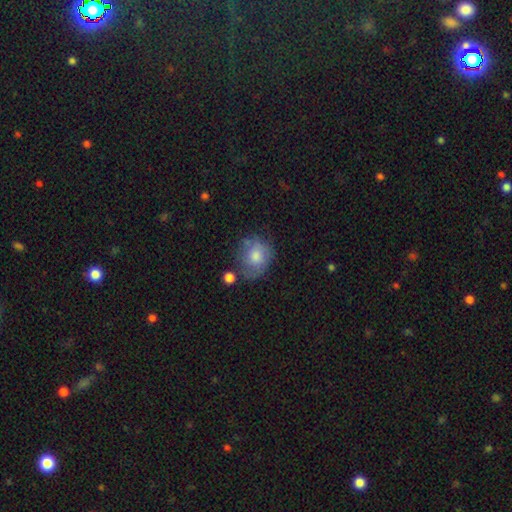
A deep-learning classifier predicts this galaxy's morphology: Overall: smooth (66%). How rounded: round (65%; in between 34%). Merging: none (53%; minor disturbance 28%).